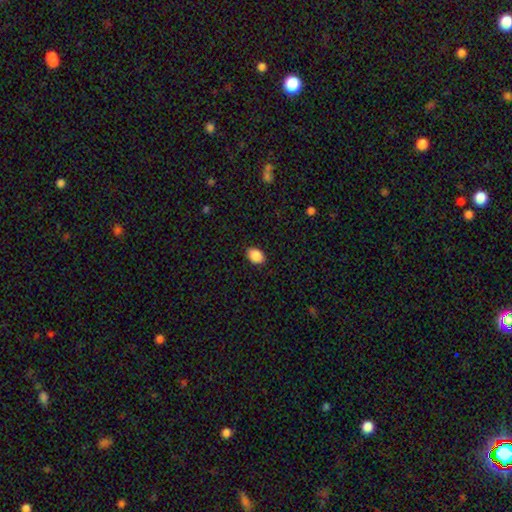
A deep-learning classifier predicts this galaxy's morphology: Smooth or featured?
  - smooth: 90% *
  - star or artifact: 7%
  - featured or disk: 3%
How rounded?
  - in between: 81% *
  - round: 19%
  - cigar-shaped: 1%
Merging?
  - none: 89% *
  - minor disturbance: 8%
  - major disturbance: 2%
  - merger: 1%